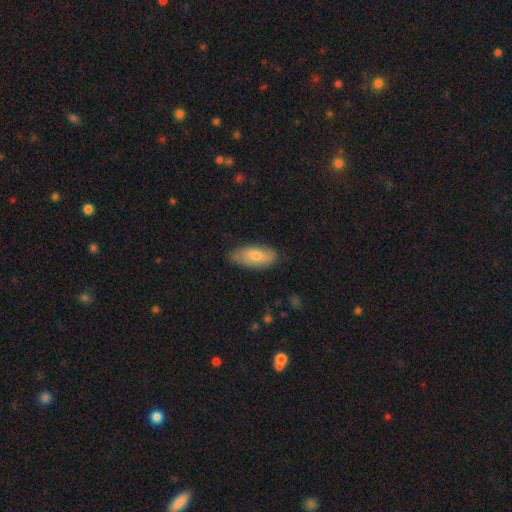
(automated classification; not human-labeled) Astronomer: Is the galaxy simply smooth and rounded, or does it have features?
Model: smooth — 70%.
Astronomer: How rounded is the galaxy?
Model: in between — 84%.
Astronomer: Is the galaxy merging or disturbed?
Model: none — 78%.